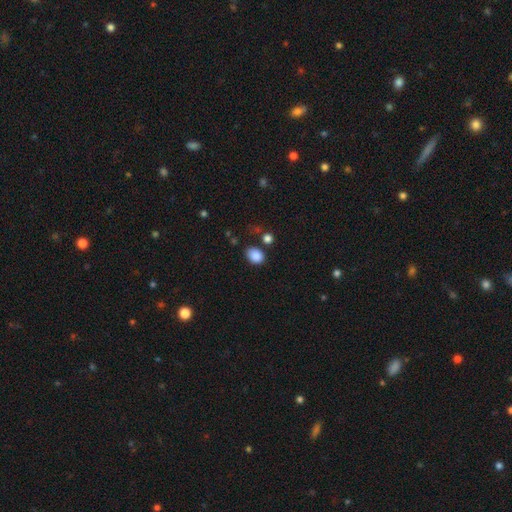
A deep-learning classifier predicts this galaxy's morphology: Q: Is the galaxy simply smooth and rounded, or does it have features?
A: smooth — 86%.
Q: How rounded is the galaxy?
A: in between — 67%.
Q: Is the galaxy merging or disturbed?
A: none — 71%.